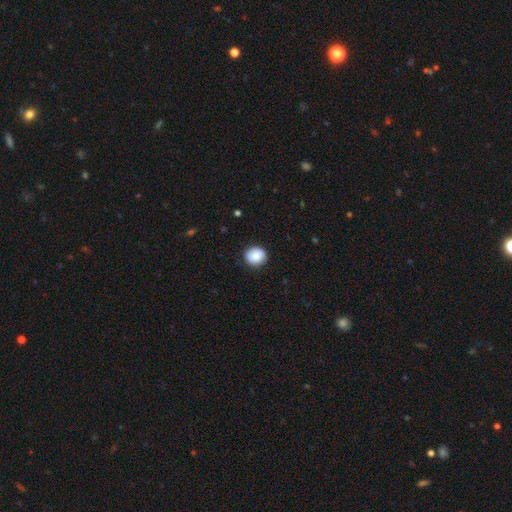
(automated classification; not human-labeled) Smooth or featured? smooth (88%)
How rounded? round (83%)
Merging? none (88%)